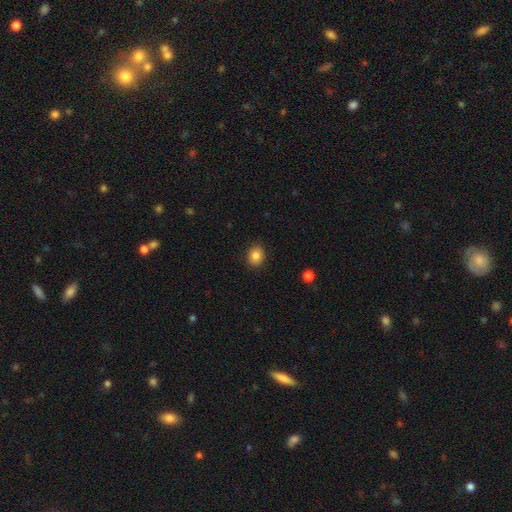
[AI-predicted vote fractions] A smooth galaxy with no disk features (85%) that is round (59%). Merging: none (90%).